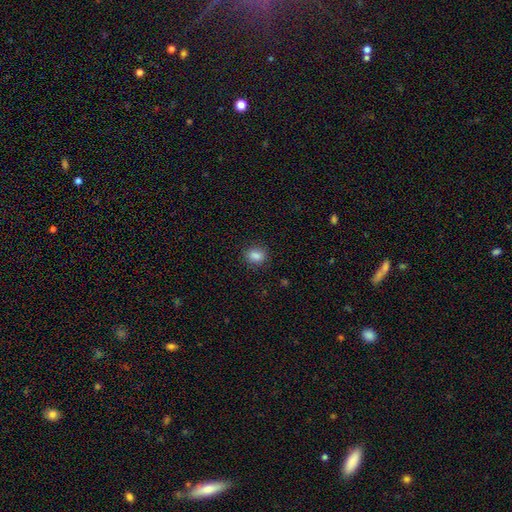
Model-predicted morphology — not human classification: A smooth galaxy with no disk features (86%) that is in between round and cigar-shaped (50%).

Vote fractions:
- Smooth or featured? smooth: 86% / star or artifact: 10% / featured or disk: 4%
- How rounded? in between: 50% / round: 49% / cigar-shaped: 1%
- Merging? none: 86% / minor disturbance: 10% / major disturbance: 3% / merger: 1%